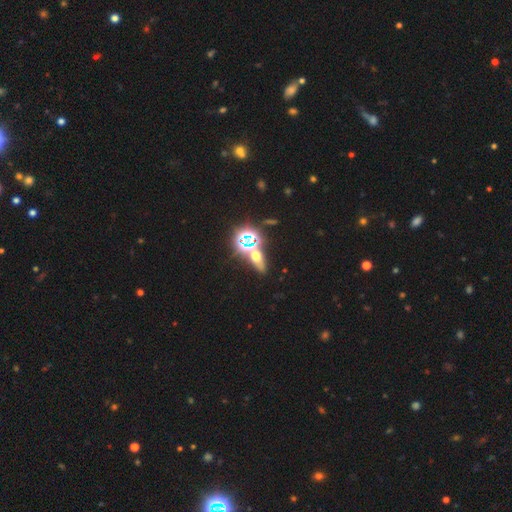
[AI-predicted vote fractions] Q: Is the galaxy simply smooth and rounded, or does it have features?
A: star or artifact — 50%.